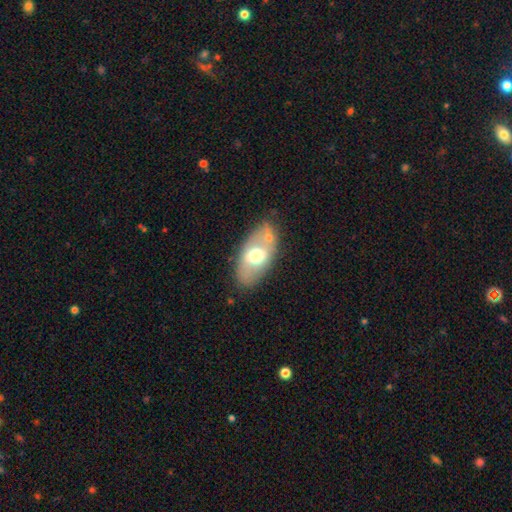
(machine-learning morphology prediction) This appears to be a smooth galaxy with no disk features (58%) that is in between round and cigar-shaped (92%). Merging: none (70%).